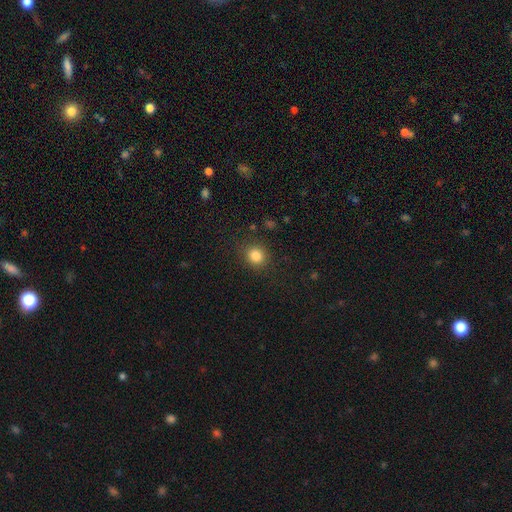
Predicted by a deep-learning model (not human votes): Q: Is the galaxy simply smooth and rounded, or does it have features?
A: smooth — 83%.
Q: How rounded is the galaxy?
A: round — 84%.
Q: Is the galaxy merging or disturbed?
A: none — 87%.